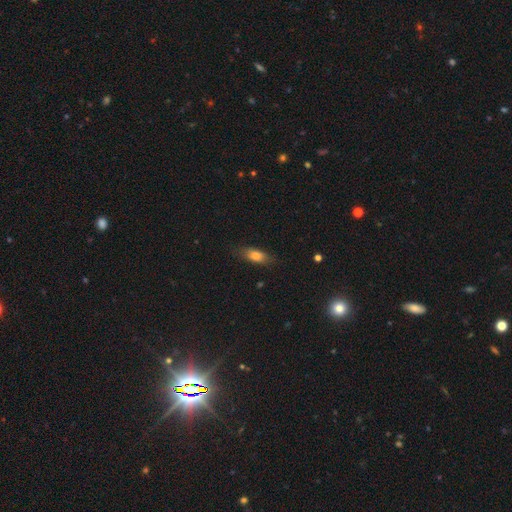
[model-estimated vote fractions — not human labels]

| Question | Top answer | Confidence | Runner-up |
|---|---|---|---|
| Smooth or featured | smooth | 76% | featured or disk (16%) |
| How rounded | in between | 72% | cigar-shaped (24%) |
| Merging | none | 79% | minor disturbance (16%) |